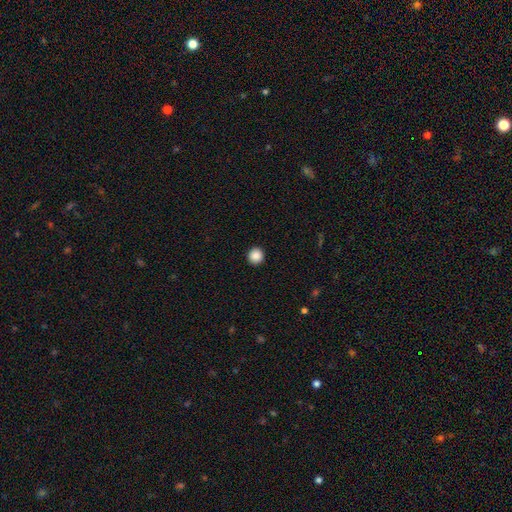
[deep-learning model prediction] Smooth or featured? Predicted: smooth (p=0.88). How rounded? Predicted: round (p=0.94). Merging? Predicted: none (p=0.93).